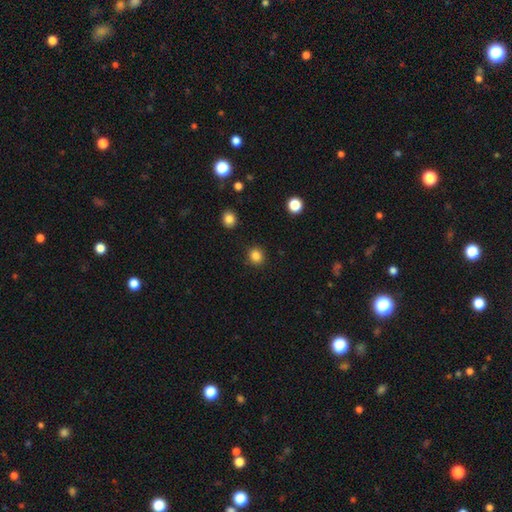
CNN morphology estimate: type=smooth (85%); roundness=round (87%); merging=none (91%).